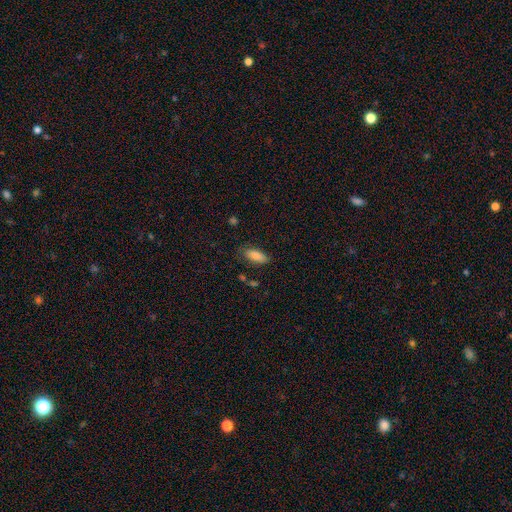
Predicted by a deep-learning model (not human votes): This appears to be a smooth galaxy with no disk features (83%) that is in between round and cigar-shaped (81%). Merging: none (78%).